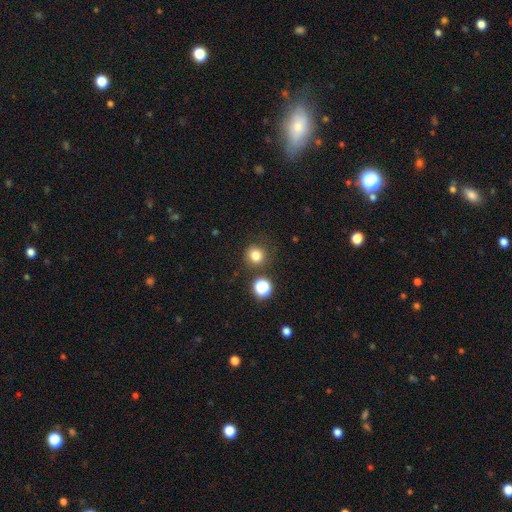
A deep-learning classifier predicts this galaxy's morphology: smooth 79%, star or artifact 15%, featured or disk 6%. Down the decision tree: how rounded — round (90%); merging — none (82%).